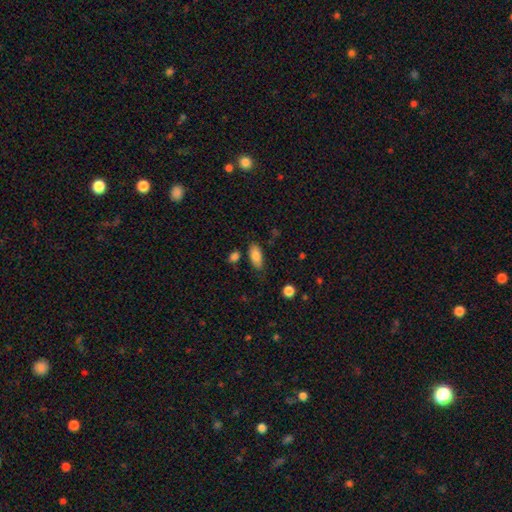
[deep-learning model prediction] The model was most divided on "merging": none: 75%, minor disturbance: 17%, merger: 5%, major disturbance: 4%. More confident: how rounded — in between (88%); smooth or featured — smooth (84%).